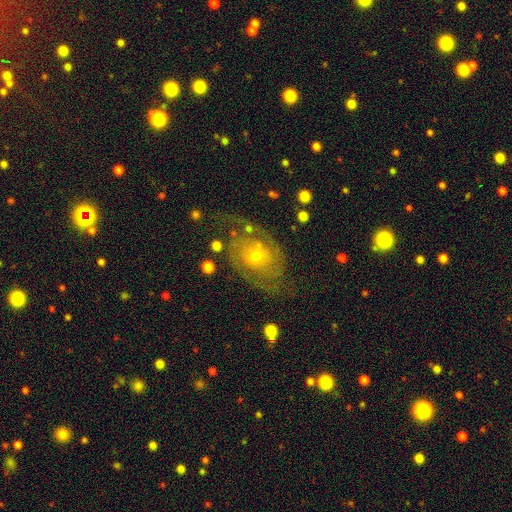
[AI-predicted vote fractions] A featured or disk galaxy (84%) with no bar (75%), 2 (81%) medium (43%) spiral arms (95%) and a small central bulge (57%). Merging: none (70%).